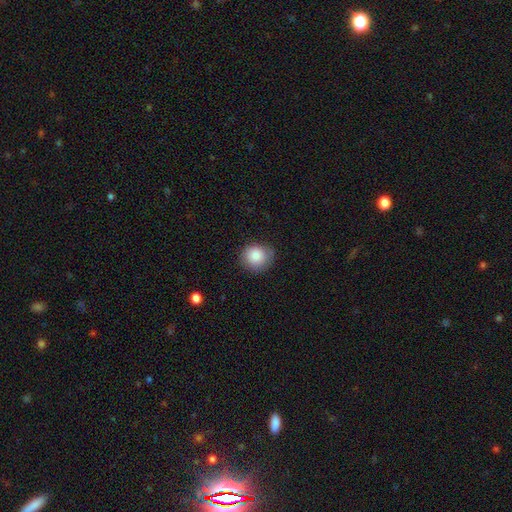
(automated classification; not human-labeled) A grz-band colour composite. It shows a smooth galaxy with no disk features (84%) that is round (86%). Merging: none (78%).